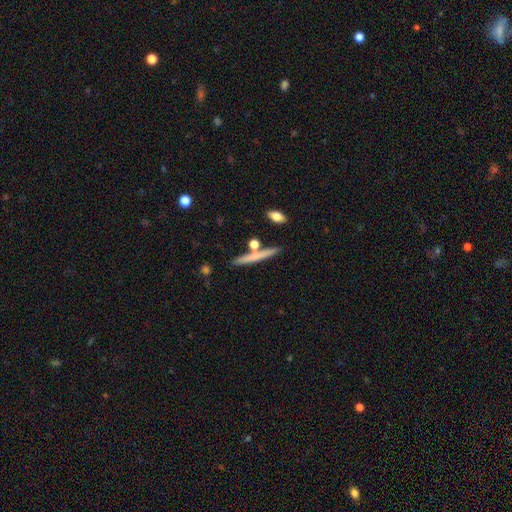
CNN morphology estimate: smooth 59%, featured or disk 34%, star or artifact 7%. Down the decision tree: how rounded — cigar-shaped (91%); merging — none (78%).